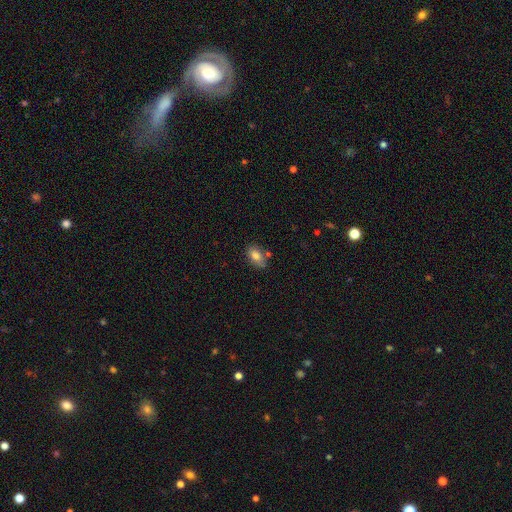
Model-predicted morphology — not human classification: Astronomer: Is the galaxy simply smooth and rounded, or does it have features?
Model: smooth — 78%.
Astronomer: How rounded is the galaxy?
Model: in between — 85%.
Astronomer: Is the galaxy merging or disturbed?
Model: none — 66%.